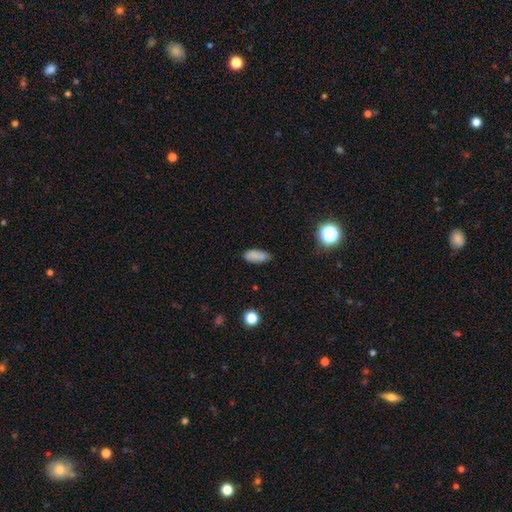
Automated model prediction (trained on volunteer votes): The model was most divided on "merging": none: 73%, minor disturbance: 21%, major disturbance: 4%, merger: 2%. More confident: smooth or featured — smooth (83%); how rounded — in between (83%).